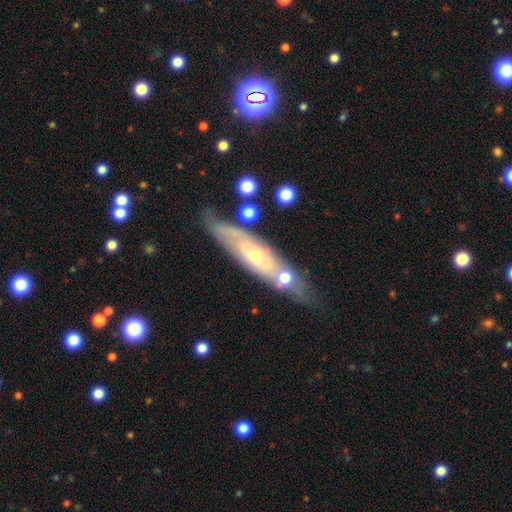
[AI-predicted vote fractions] Q: Smooth or featured?
A: featured or disk (69%); runner-up: smooth (24%)
Q: Edge-on disk?
A: no (58%); runner-up: yes (42%)
Q: Merging?
A: none (68%); runner-up: minor disturbance (17%)